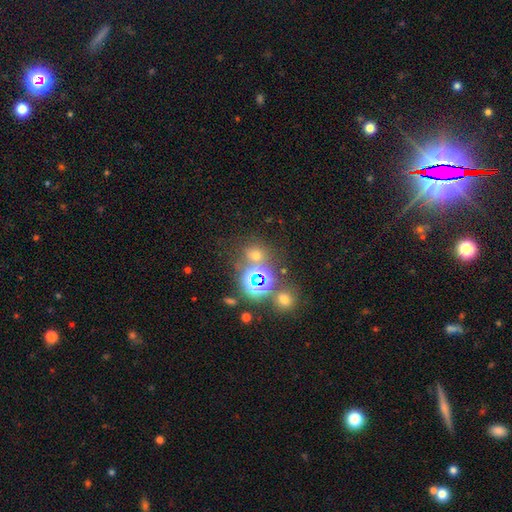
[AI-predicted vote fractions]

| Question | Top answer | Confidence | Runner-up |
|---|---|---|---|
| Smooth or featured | smooth | 48% | star or artifact (44%) |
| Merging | none | 69% | merger (16%) |